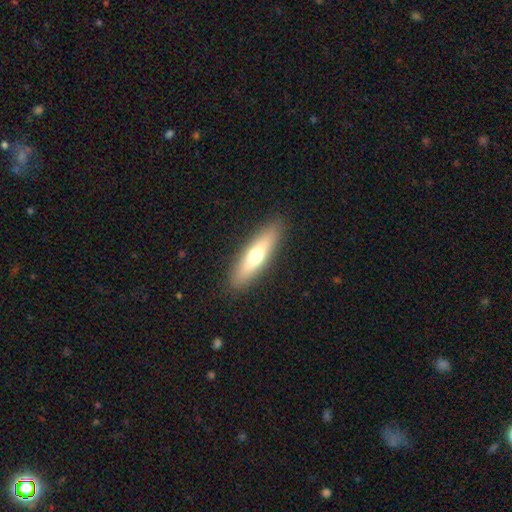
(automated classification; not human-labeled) smooth-or-featured: smooth: 57% | featured or disk: 36% | star or artifact: 6%
  how-rounded: cigar-shaped: 69% | in between: 29% | round: 2%
  merging: none: 89% | minor disturbance: 7% | major disturbance: 2% | merger: 1%